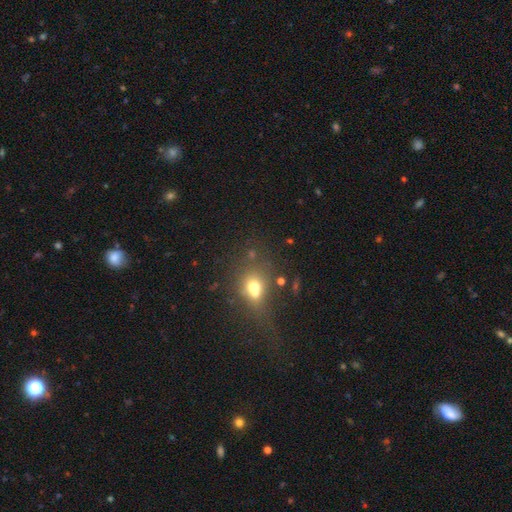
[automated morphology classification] Smooth or featured: smooth — 53% (star or artifact — 30%)
How rounded: round — 54% (in between — 41%)
Merging: none — 58% (minor disturbance — 21%)